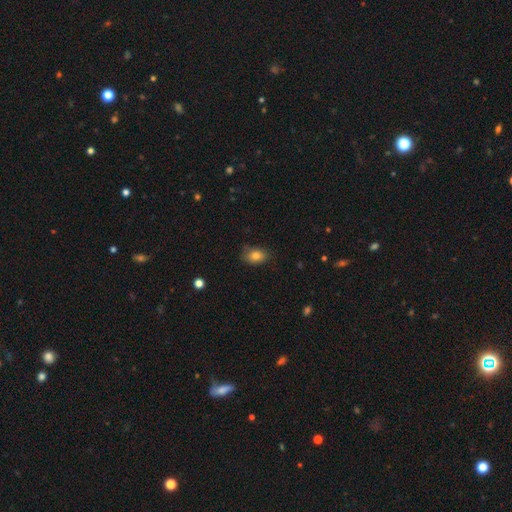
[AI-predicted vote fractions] This is clearly a smooth galaxy (82%). How rounded: likely in between (75%). Merging: likely none (74%).